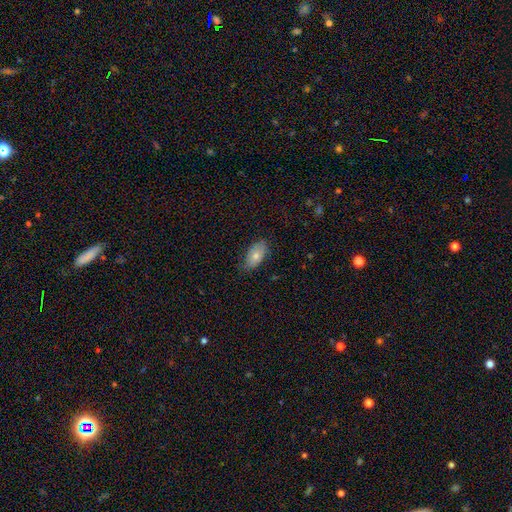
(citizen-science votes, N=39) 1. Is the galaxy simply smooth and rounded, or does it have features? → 69% smooth, 31% featured or disk, 0% star or artifact.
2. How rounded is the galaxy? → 93% in between, 7% round, 0% cigar-shaped.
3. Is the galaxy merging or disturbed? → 67% none, 26% minor disturbance, 5% major disturbance, 3% merger.